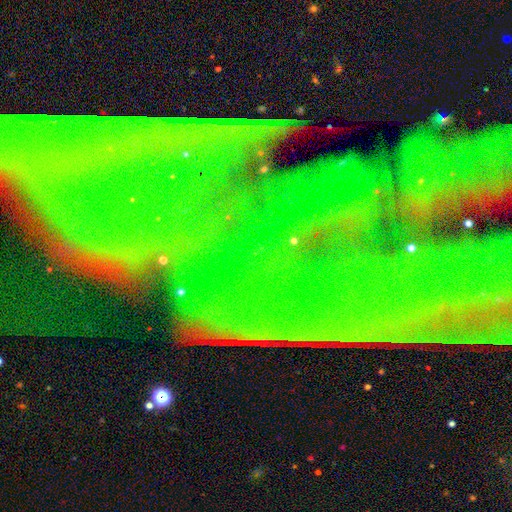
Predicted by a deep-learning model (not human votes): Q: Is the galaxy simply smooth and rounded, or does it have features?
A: star or artifact — 78%.